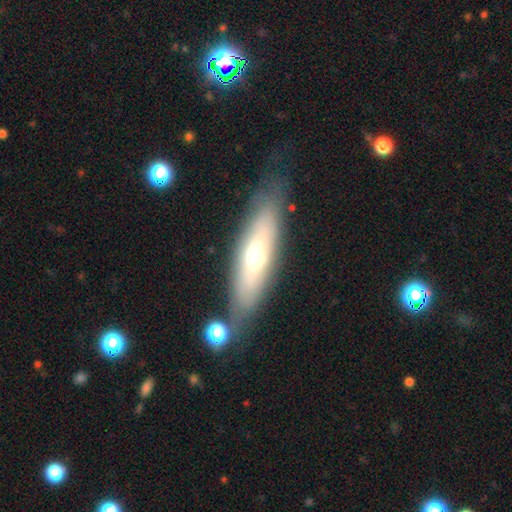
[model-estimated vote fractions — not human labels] Morphology: type=smooth (50%); merging=none (76%).